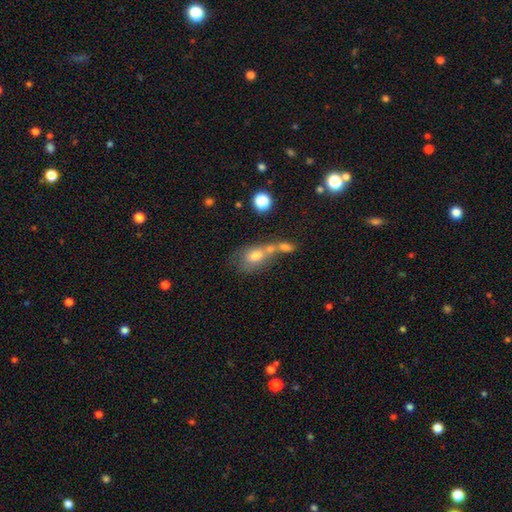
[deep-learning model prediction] Smooth or featured? smooth (66%)
How rounded? in between (73%)
Merging? merger (52%)